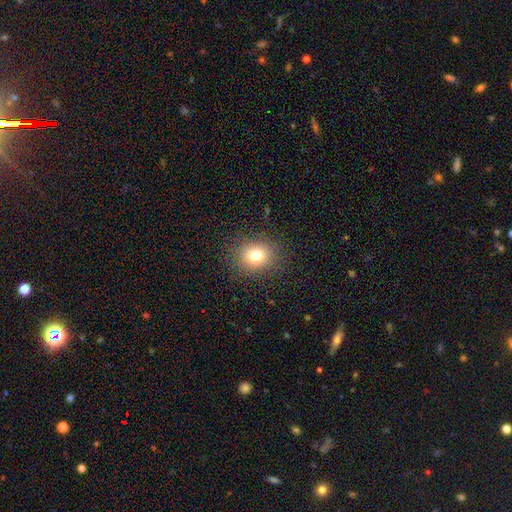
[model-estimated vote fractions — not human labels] This is likely a smooth galaxy (77%). How rounded: likely round (72%). Merging: clearly none (87%).